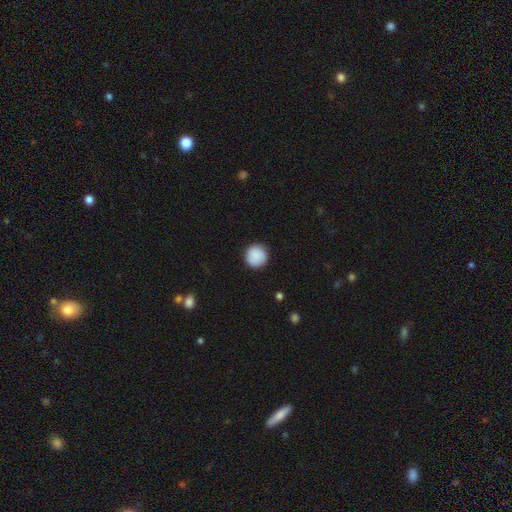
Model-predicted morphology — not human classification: This is clearly a smooth galaxy (89%). How rounded: clearly round (95%). Merging: clearly none (90%).